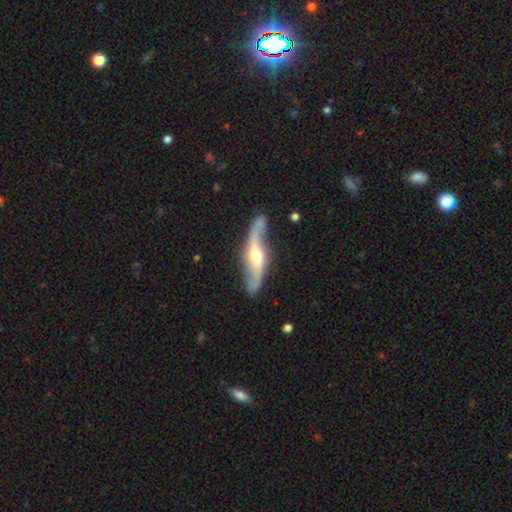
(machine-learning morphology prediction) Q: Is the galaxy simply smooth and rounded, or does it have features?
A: featured or disk — 84%.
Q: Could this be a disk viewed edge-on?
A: no — 71%.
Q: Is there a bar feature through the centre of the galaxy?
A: weak — 40%.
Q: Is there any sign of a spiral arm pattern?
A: yes — 94%.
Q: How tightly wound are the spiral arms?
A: loose — 81%.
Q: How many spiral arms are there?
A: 2 — 92%.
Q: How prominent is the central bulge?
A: moderate — 67%.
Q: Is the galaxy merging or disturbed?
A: none — 77%.